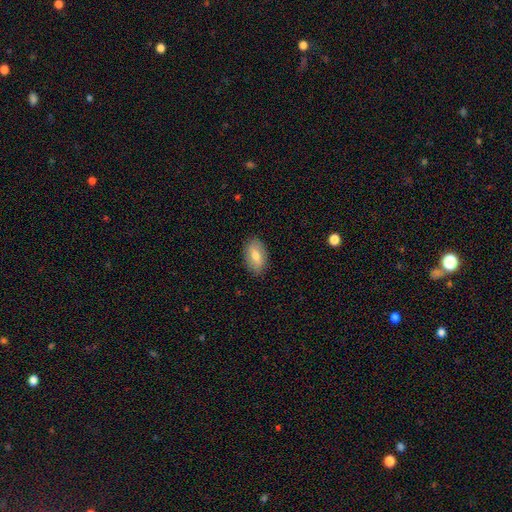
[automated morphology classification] Smooth or featured?
  - smooth: 71% *
  - featured or disk: 22%
  - star or artifact: 7%
How rounded?
  - in between: 91% *
  - round: 7%
  - cigar-shaped: 2%
Merging?
  - none: 85% *
  - minor disturbance: 11%
  - major disturbance: 3%
  - merger: 1%